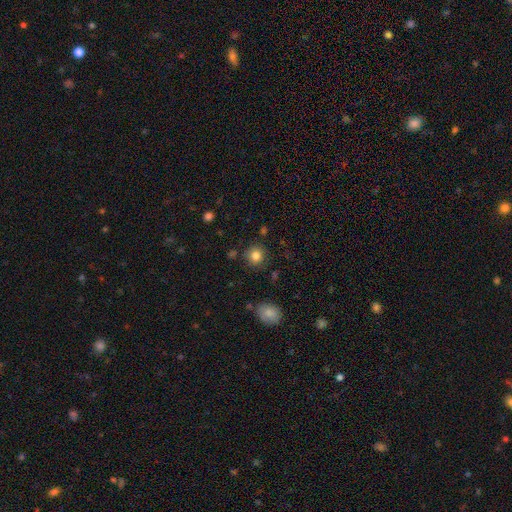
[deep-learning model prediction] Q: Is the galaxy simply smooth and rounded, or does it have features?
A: smooth — 83%.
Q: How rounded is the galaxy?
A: round — 90%.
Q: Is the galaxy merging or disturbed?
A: none — 87%.